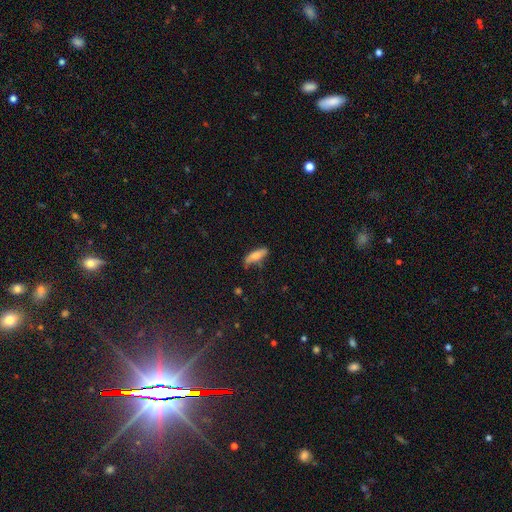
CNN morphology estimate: smooth-or-featured: smooth: 74% | featured or disk: 19% | star or artifact: 7%
  how-rounded: in between: 52% | cigar-shaped: 46% | round: 2%
  merging: none: 63% | minor disturbance: 27% | major disturbance: 7% | merger: 3%